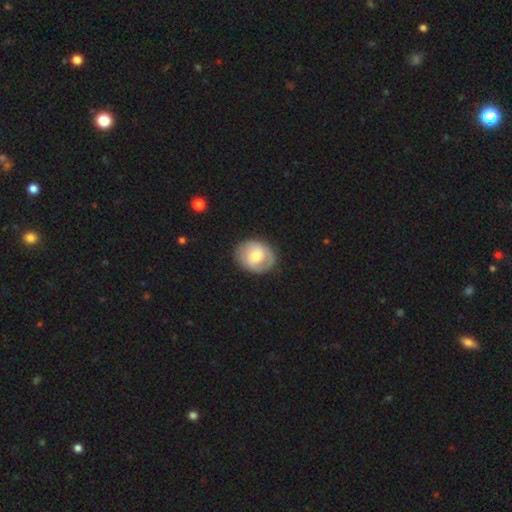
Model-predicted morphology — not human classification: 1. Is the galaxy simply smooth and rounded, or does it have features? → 48% featured or disk, 46% smooth, 6% star or artifact.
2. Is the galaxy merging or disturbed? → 80% none, 14% minor disturbance, 4% major disturbance, 1% merger.